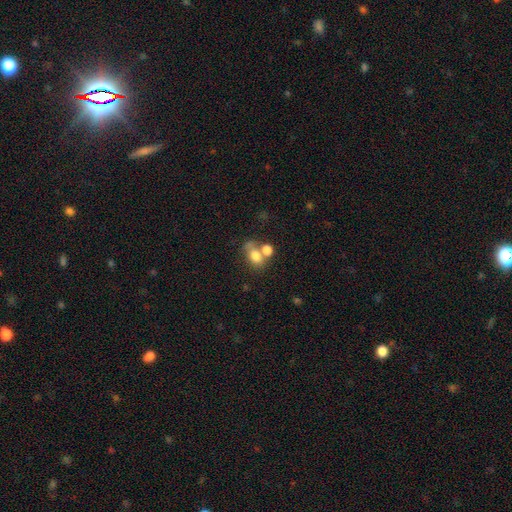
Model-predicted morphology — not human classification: Smooth or featured? smooth (75%)
How rounded? in between (69%)
Merging? merger (43%)